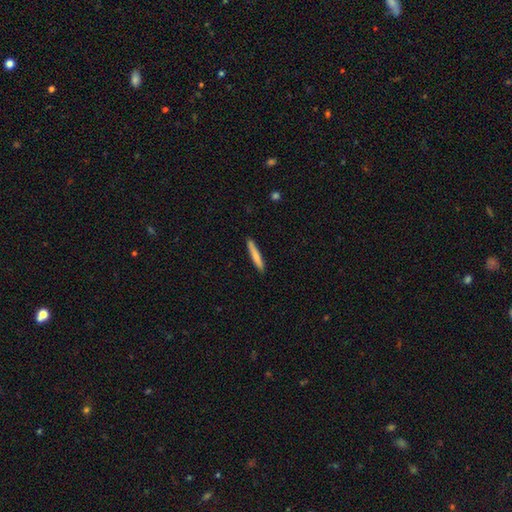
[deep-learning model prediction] Morphology: type=smooth (75%); roundness=cigar-shaped (94%); merging=none (88%).